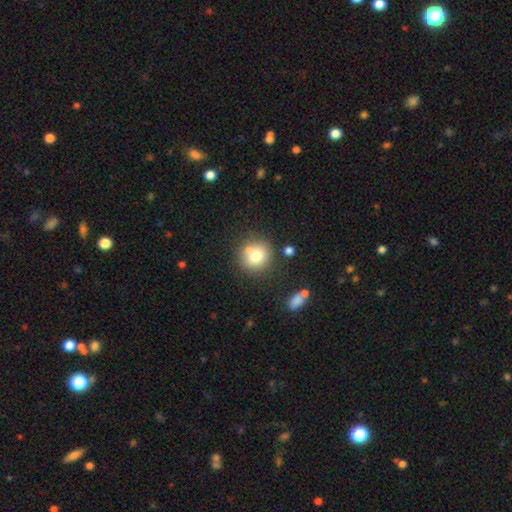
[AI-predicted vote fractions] Q: Smooth or featured?
A: smooth (78%); runner-up: featured or disk (12%)
Q: How rounded?
A: round (91%); runner-up: in between (8%)
Q: Merging?
A: none (76%); runner-up: minor disturbance (13%)